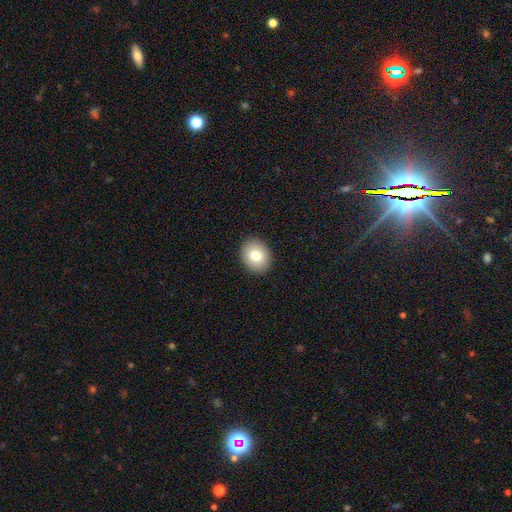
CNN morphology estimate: A smooth galaxy with no disk features (80%) that is round (56%). Merging: none (91%).